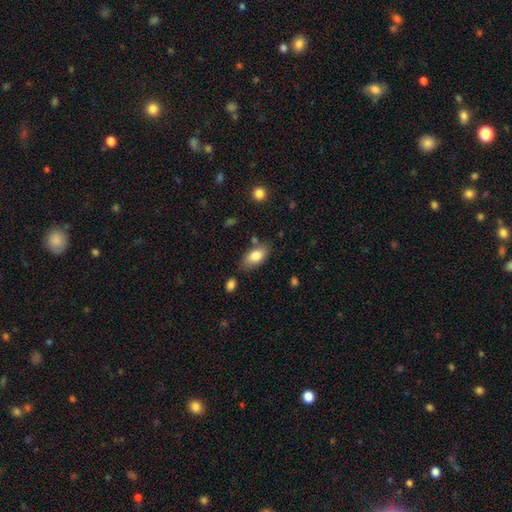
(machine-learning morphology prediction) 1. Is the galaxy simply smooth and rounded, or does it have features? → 81% smooth, 12% featured or disk, 7% star or artifact.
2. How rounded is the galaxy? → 92% in between, 5% round, 4% cigar-shaped.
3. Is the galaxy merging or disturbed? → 74% none, 16% minor disturbance, 6% merger, 4% major disturbance.